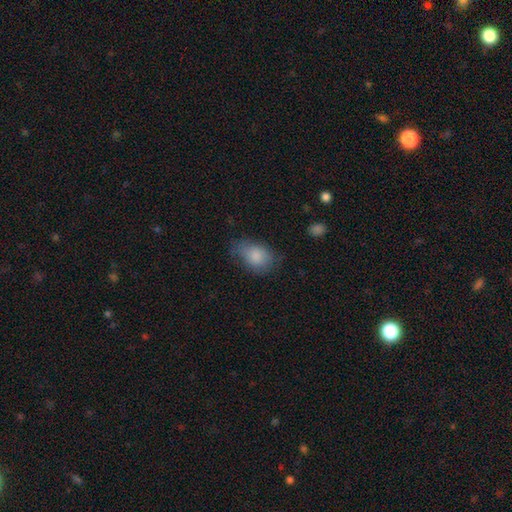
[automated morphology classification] Overall: smooth (84%). How rounded: in between (83%). Merging: none (59%; minor disturbance 29%).